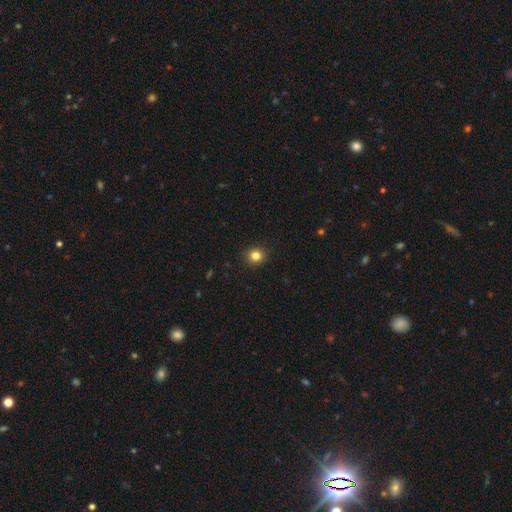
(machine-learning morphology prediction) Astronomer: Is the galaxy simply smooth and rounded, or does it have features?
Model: smooth — 83%.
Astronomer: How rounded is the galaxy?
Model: round — 84%.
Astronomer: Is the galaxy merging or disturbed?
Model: none — 91%.